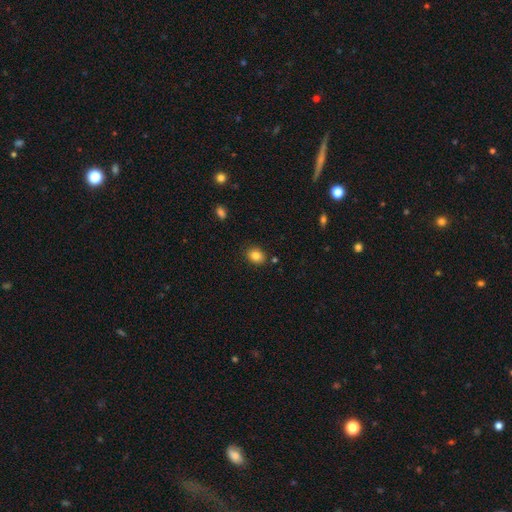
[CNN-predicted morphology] Smooth or featured? smooth (83%)
How rounded? in between (58%)
Merging? none (84%)